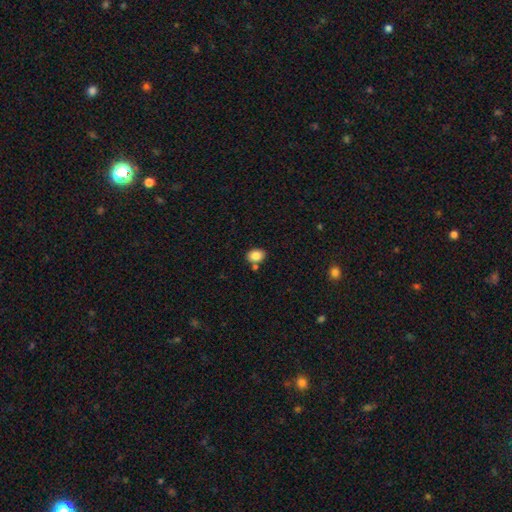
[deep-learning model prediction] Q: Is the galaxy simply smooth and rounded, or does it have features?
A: smooth — 86%.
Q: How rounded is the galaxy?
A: in between — 65%.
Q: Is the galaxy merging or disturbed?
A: none — 74%.